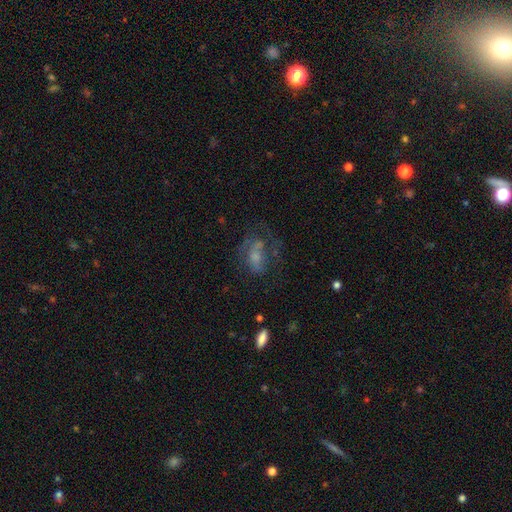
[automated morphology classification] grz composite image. It shows a featured or disk galaxy (50%). Merging: none (40%).